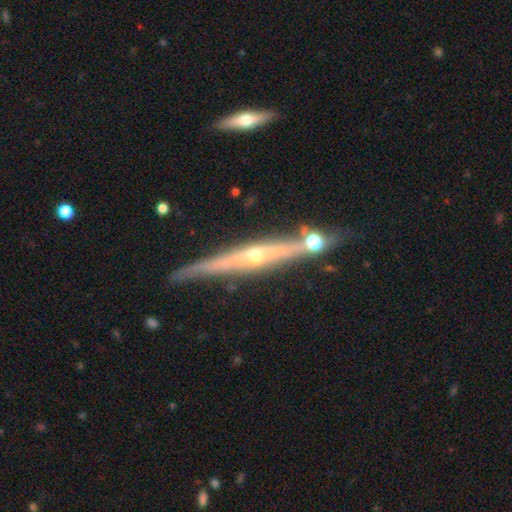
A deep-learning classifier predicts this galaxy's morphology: Smooth or featured? featured or disk (80%)
Edge-on disk? yes (96%)
Edge-on bulge? rounded (82%)
Merging? none (76%)